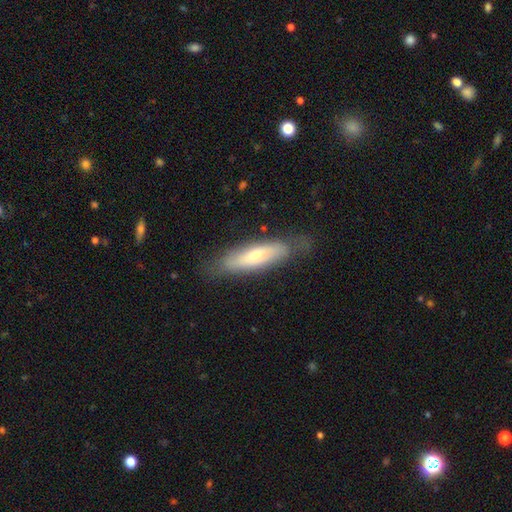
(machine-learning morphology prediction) This is possibly a smooth galaxy (57%). How rounded: likely cigar-shaped (65%). Merging: likely none (74%).